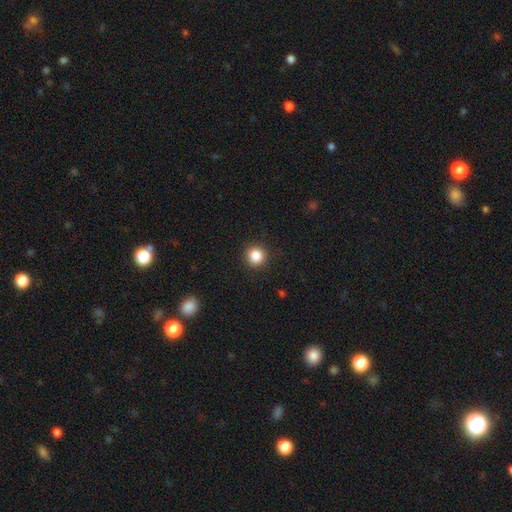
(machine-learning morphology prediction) Overall: smooth (86%). How rounded: round (93%). Merging: none (91%).